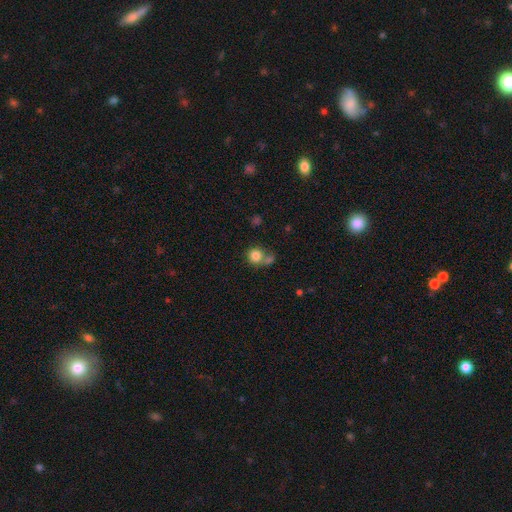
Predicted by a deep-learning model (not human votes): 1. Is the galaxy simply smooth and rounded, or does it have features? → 82% smooth, 10% star or artifact, 8% featured or disk.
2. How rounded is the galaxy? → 89% round, 10% in between, 1% cigar-shaped.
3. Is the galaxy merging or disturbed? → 53% none, 31% merger, 11% minor disturbance, 5% major disturbance.